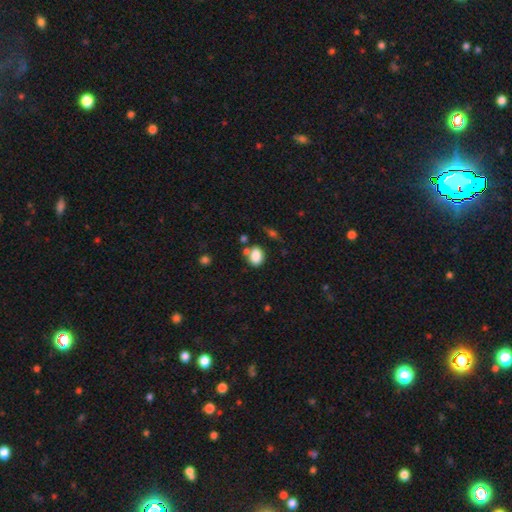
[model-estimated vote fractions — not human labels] Smooth or featured: smooth — 83% (star or artifact — 9%)
How rounded: in between — 64% (round — 35%)
Merging: none — 60% (merger — 19%)